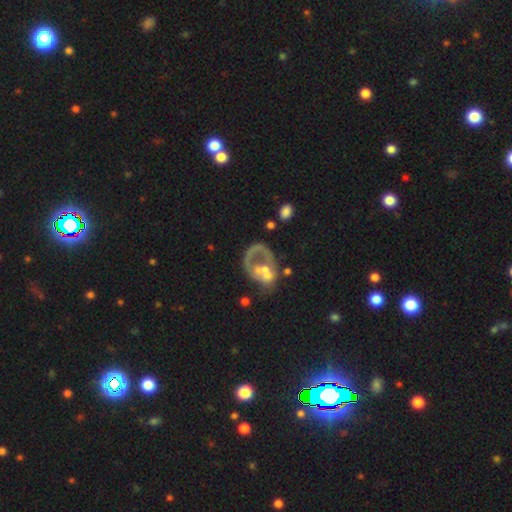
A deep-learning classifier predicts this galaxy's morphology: A featured or disk galaxy (66%) with no bar (83%), no spiral arms (62%) and a small central bulge (36%). Merging: major disturbance (32%).